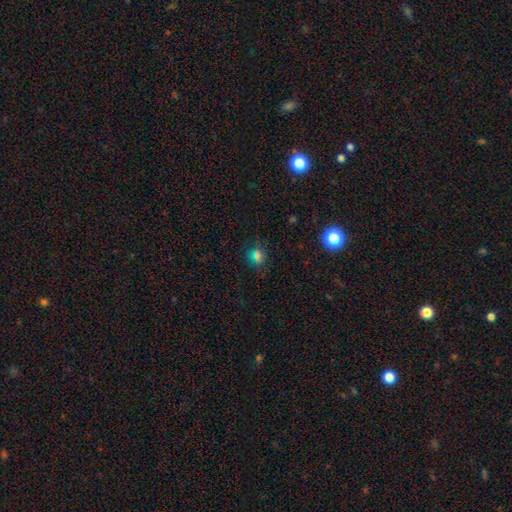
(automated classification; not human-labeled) Morphology: type=smooth (58%); roundness=round (68%); merging=none (82%).